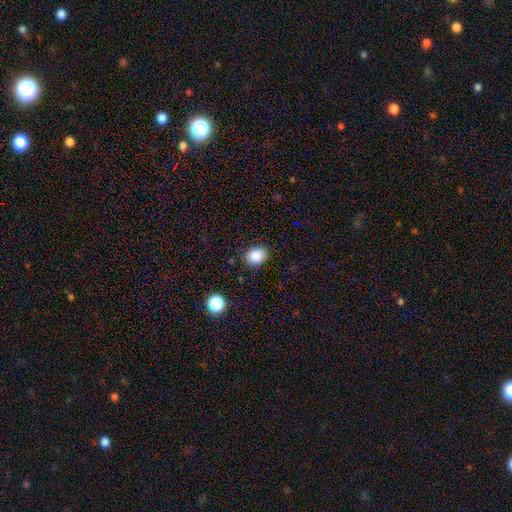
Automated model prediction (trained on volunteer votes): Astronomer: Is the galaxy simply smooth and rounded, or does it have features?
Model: smooth — 86%.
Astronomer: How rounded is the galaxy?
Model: in between — 50% (runner-up: round, 49%).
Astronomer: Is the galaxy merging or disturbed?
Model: none — 86%.